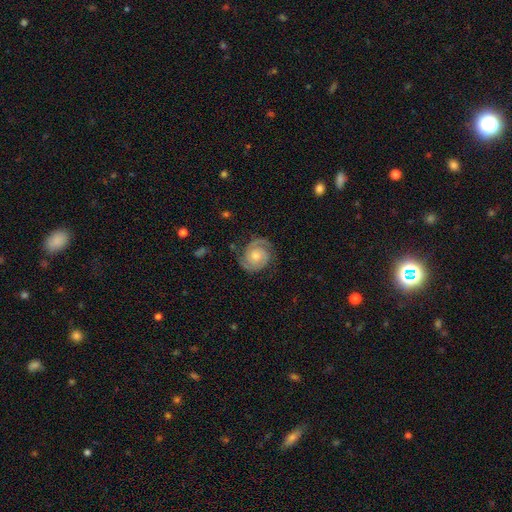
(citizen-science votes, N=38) This is clearly a featured or disk galaxy (89%). It is clearly not viewed edge-on (97%). Bar: possibly no (52%). Spiral arm pattern: clearly yes (97%). Spiral arm count: clearly 2 (88%). Spiral winding: likely tight (69%). Central bulge: possibly moderate (52%). Merging: likely none (76%).